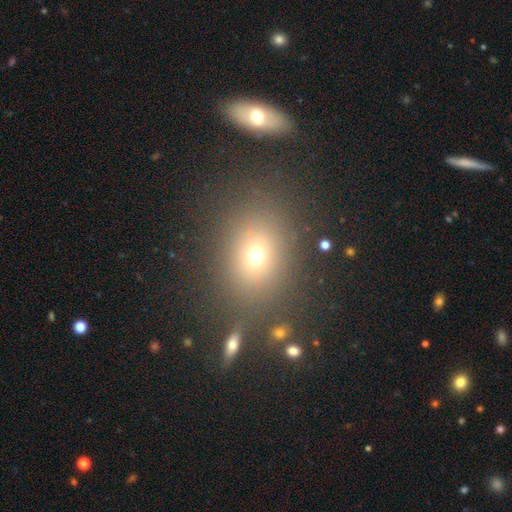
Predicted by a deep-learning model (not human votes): Smooth or featured? Predicted: smooth (p=0.66). How rounded? Predicted: round (p=0.55). Merging? Predicted: none (p=0.79).